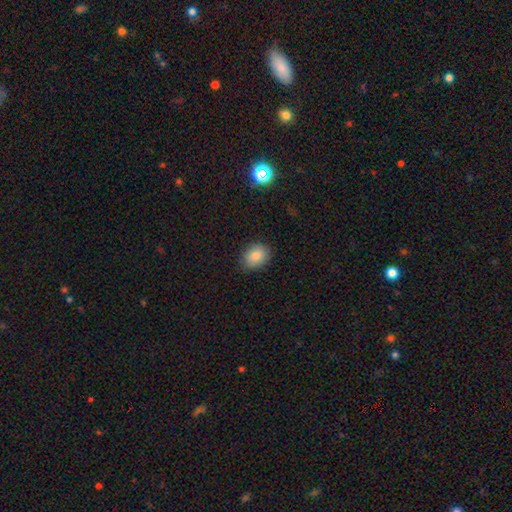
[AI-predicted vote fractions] Q: Smooth or featured?
A: smooth (83%); runner-up: star or artifact (9%)
Q: How rounded?
A: in between (55%); runner-up: round (44%)
Q: Merging?
A: none (85%); runner-up: minor disturbance (12%)